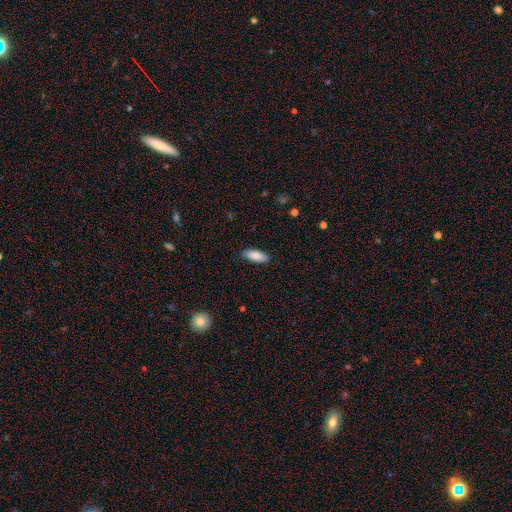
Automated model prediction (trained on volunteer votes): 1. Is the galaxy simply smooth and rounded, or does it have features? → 87% smooth, 7% featured or disk, 6% star or artifact.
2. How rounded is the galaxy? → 68% in between, 30% cigar-shaped, 2% round.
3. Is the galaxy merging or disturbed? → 87% none, 10% minor disturbance, 2% major disturbance, 1% merger.